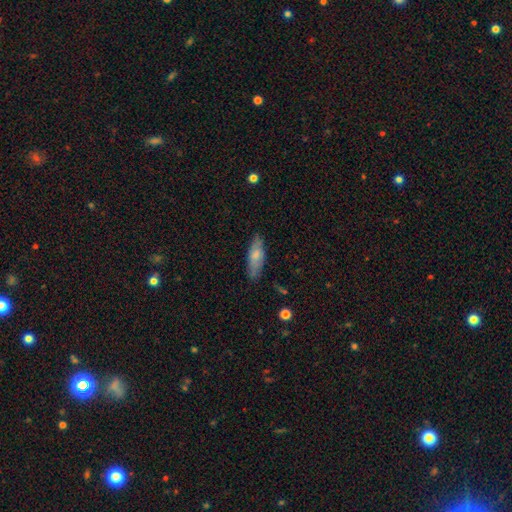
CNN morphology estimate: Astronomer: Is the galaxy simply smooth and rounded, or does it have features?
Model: smooth — 69%.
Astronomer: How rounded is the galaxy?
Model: in between — 61% (runner-up: cigar-shaped, 37%).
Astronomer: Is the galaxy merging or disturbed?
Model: none — 76%.